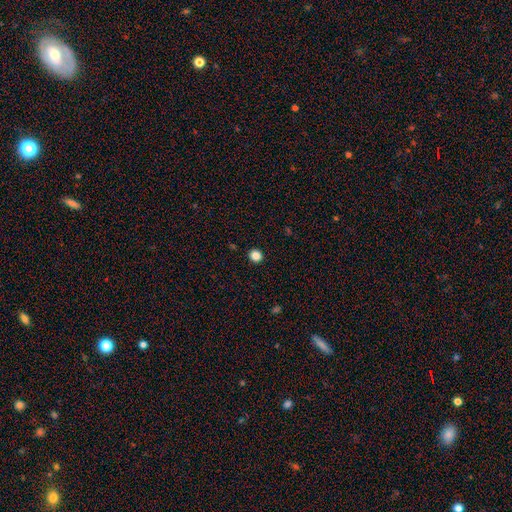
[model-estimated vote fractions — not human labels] The model was most divided on "how rounded": round: 85%, in between: 14%, cigar-shaped: 1%. More confident: merging — none (92%); smooth or featured — smooth (85%).